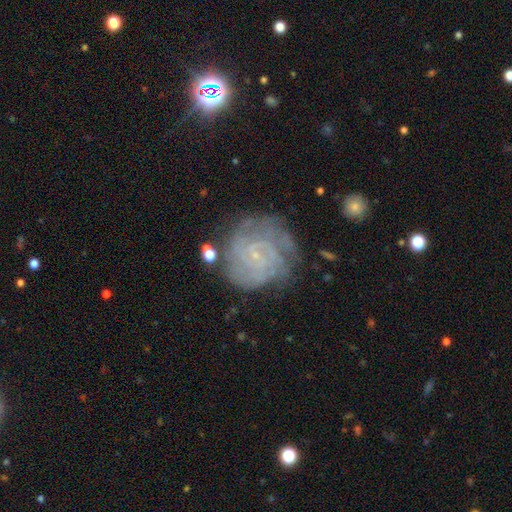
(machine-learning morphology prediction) Q: Smooth or featured?
A: featured or disk (75%); runner-up: smooth (15%)
Q: Edge-on disk?
A: no (98%); runner-up: yes (2%)
Q: Bar?
A: no (66%); runner-up: weak (28%)
Q: Spiral arms?
A: yes (91%); runner-up: no (9%)
Q: Spiral winding?
A: tight (73%); runner-up: medium (22%)
Q: Spiral arm count?
A: can't tell (40%); runner-up: 4 (17%)
Q: Bulge size?
A: small (82%); runner-up: none (10%)
Q: Merging?
A: none (70%); runner-up: minor disturbance (18%)